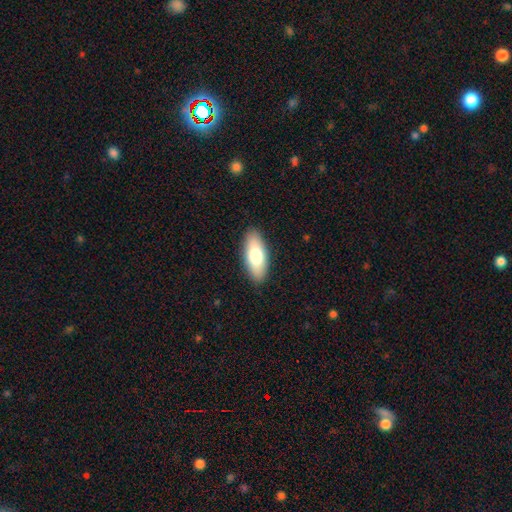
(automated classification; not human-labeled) Smooth or featured?
  - smooth: 76% *
  - featured or disk: 18%
  - star or artifact: 6%
How rounded?
  - in between: 79% *
  - cigar-shaped: 19%
  - round: 2%
Merging?
  - none: 89% *
  - minor disturbance: 8%
  - major disturbance: 2%
  - merger: 1%